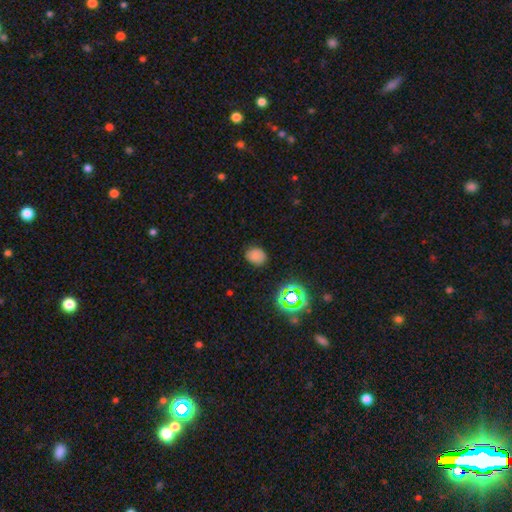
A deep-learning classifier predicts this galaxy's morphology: This appears to be a smooth galaxy with no disk features (75%) that is round (55%). Merging: none (81%).